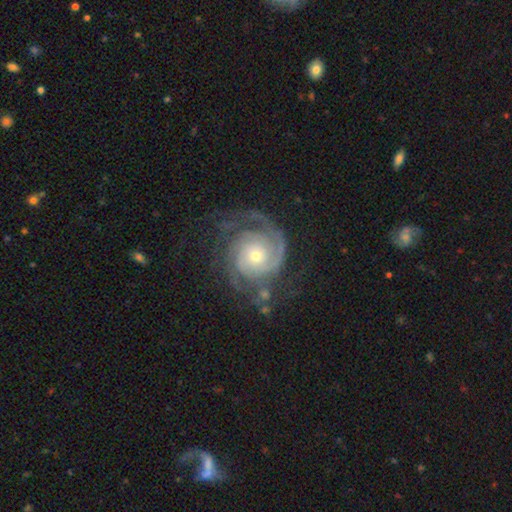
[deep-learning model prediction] smooth_or_featured: featured or disk (p=0.89) [alt: smooth p=0.06]
disk_edge_on: no (p=0.98) [alt: yes p=0.02]
bar: no (p=0.77) [alt: weak p=0.18]
has_spiral_arms: yes (p=0.97) [alt: no p=0.03]
spiral_winding: tight (p=0.65) [alt: medium p=0.28]
spiral_arm_count: 2 (p=0.38) [alt: 3 p=0.23]
bulge_size: small (p=0.57) [alt: moderate p=0.37]
merging: none (p=0.66) [alt: minor disturbance p=0.17]